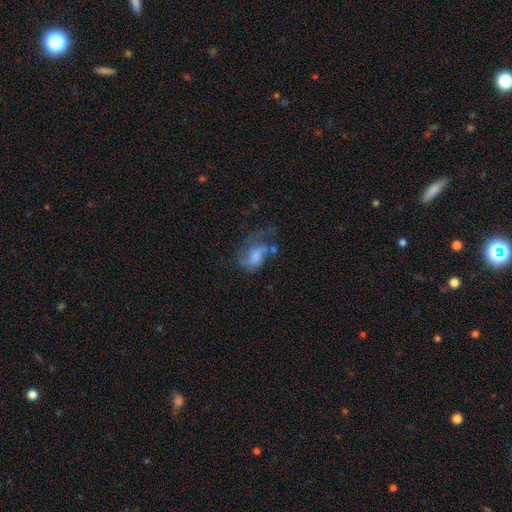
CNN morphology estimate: Overall: smooth (45%; featured or disk 44%). Merging: major disturbance (46%; none 20%).